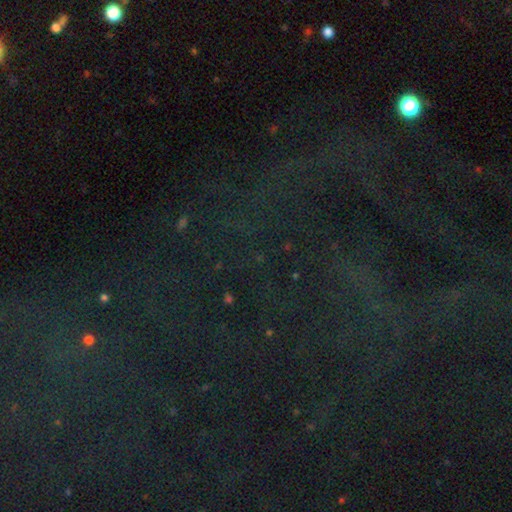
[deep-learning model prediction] Q: Smooth or featured?
A: star or artifact (76%); runner-up: featured or disk (12%)